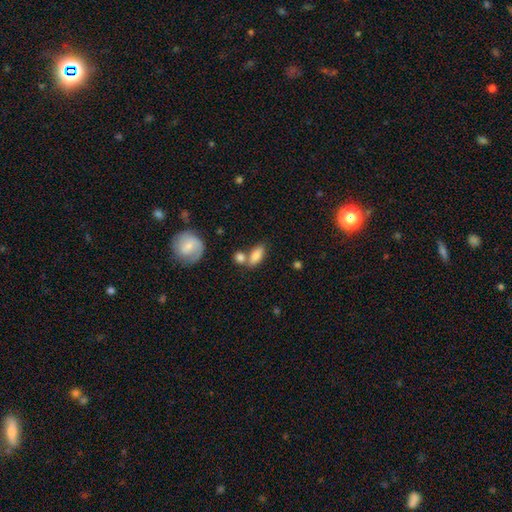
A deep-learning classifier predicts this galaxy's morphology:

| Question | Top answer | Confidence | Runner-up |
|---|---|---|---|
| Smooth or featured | smooth | 81% | featured or disk (12%) |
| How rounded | in between | 83% | cigar-shaped (11%) |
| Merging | none | 50% | merger (31%) |